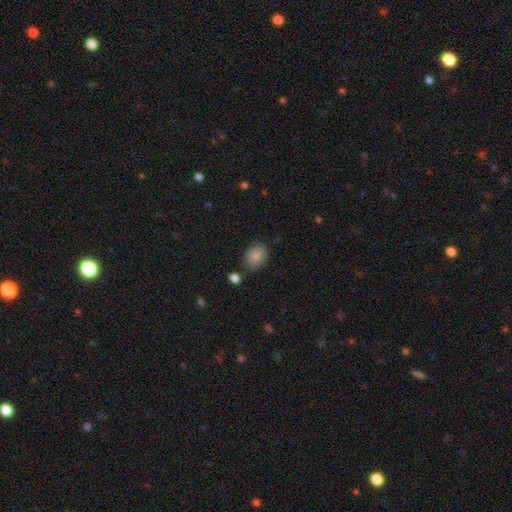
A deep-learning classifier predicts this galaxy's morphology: A smooth galaxy with no disk features (86%) that is in between round and cigar-shaped (64%). Merging: none (74%).